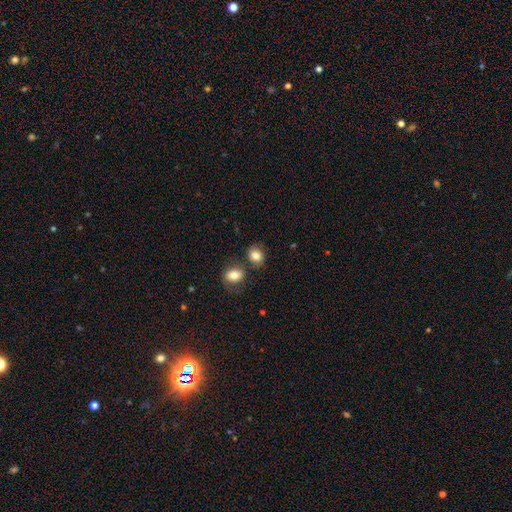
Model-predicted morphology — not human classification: This appears to be a smooth galaxy with no disk features (83%) that is round (58%). Merging: none (63%).